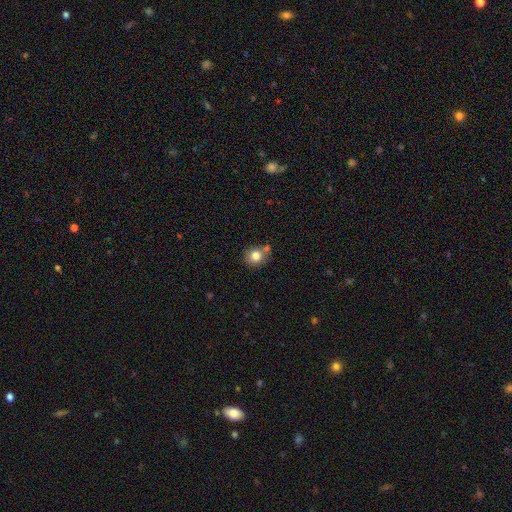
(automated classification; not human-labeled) This is clearly a smooth galaxy (81%). How rounded: clearly round (81%). Merging: likely none (67%).